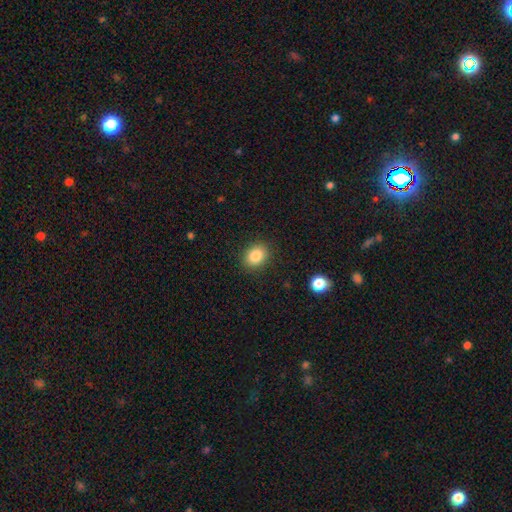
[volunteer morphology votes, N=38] Smooth or featured? 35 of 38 (92%) said smooth. How rounded? 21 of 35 (60%) said in between. Merging? 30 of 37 (81%) said none.